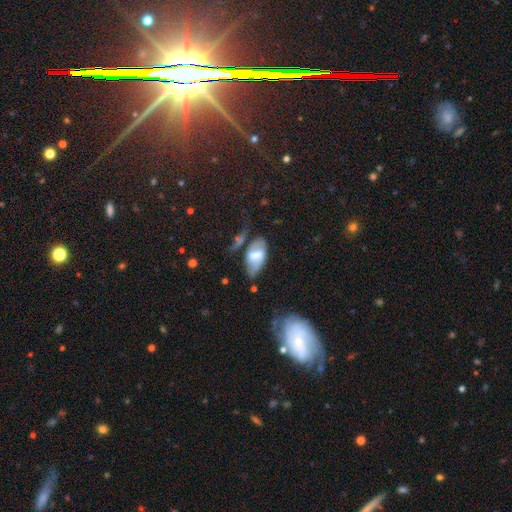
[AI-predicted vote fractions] A featured or disk galaxy (50%). Merging: none (50%).